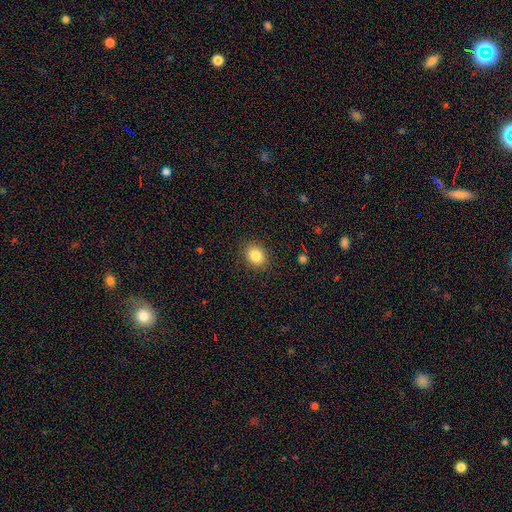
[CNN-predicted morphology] Smooth or featured? Predicted: smooth (p=0.83). How rounded? Predicted: round (p=0.59). Merging? Predicted: none (p=0.88).